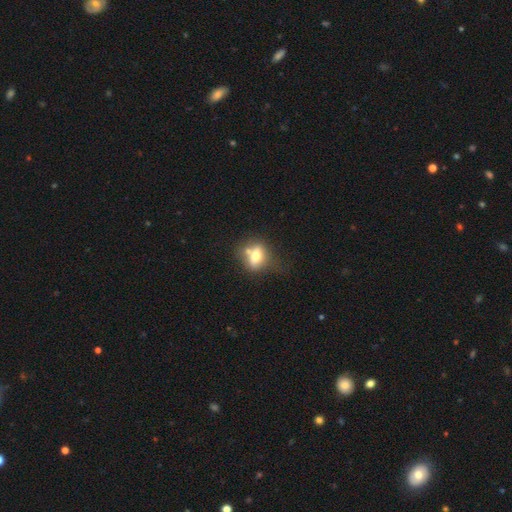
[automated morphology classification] Smooth or featured? Predicted: smooth (p=0.59). How rounded? Predicted: in between (p=0.59). Merging? Predicted: none (p=0.51).